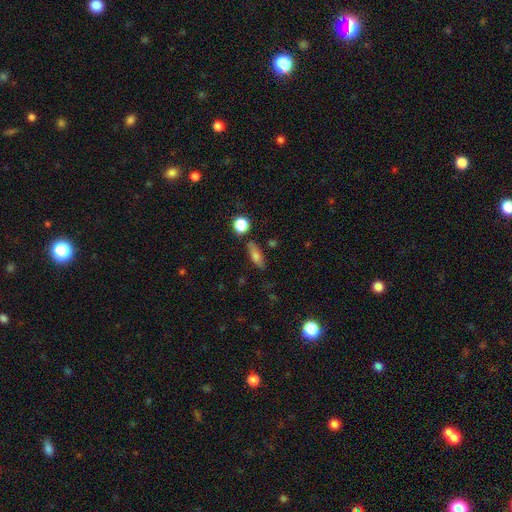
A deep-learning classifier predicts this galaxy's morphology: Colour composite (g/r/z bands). It shows a smooth galaxy with no disk features (73%) that is in between round and cigar-shaped (61%). Merging: none (79%).